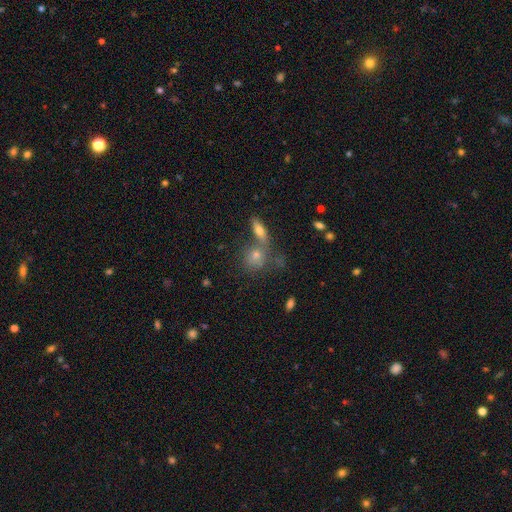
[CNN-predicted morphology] Smooth or featured? smooth (64%)
How rounded? round (54%)
Merging? none (51%)